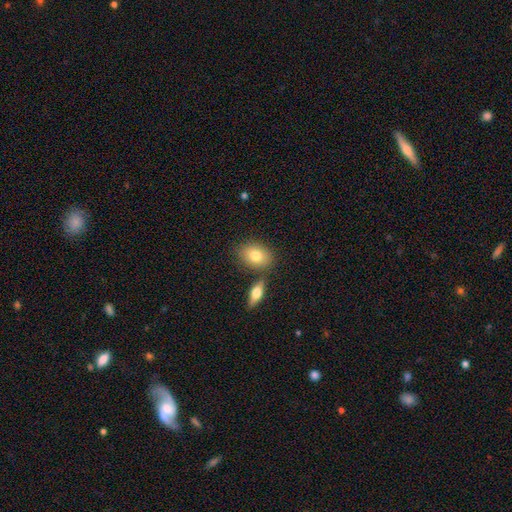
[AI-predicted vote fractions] Smooth or featured? smooth (79%)
How rounded? in between (78%)
Merging? none (72%)